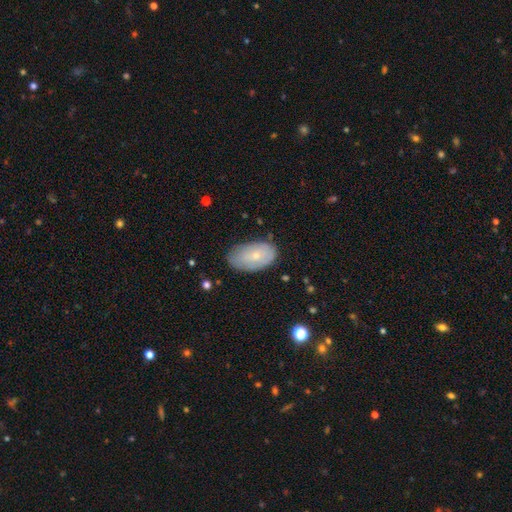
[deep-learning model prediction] Q: Smooth or featured?
A: smooth (64%); runner-up: featured or disk (29%)
Q: How rounded?
A: in between (93%); runner-up: round (5%)
Q: Merging?
A: none (71%); runner-up: minor disturbance (23%)